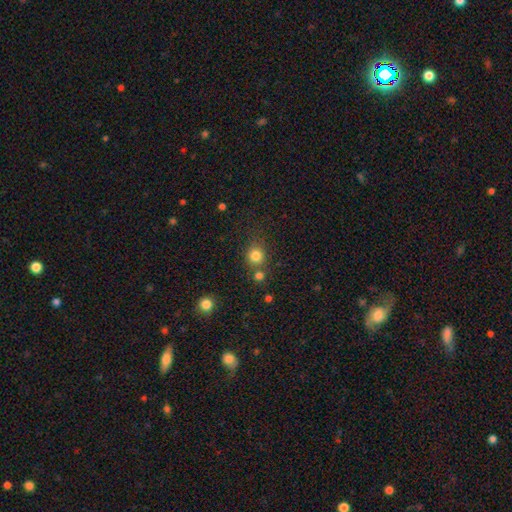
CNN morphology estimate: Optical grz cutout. It shows a smooth galaxy with no disk features (81%) that is round (85%). Merging: none (67%).